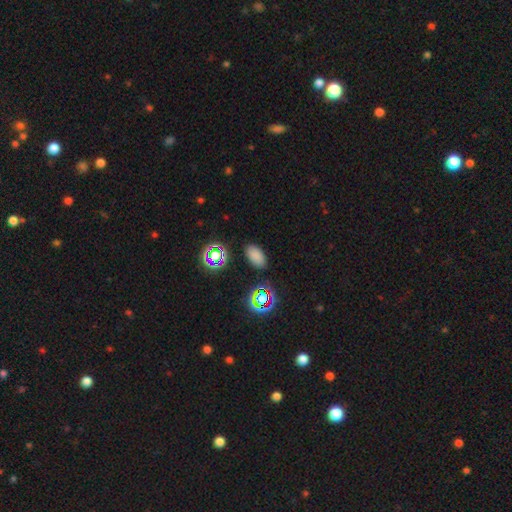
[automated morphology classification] Smooth or featured?
  - smooth: 76% *
  - star or artifact: 19%
  - featured or disk: 6%
How rounded?
  - in between: 92% *
  - round: 6%
  - cigar-shaped: 2%
Merging?
  - none: 86% *
  - minor disturbance: 9%
  - major disturbance: 3%
  - merger: 2%